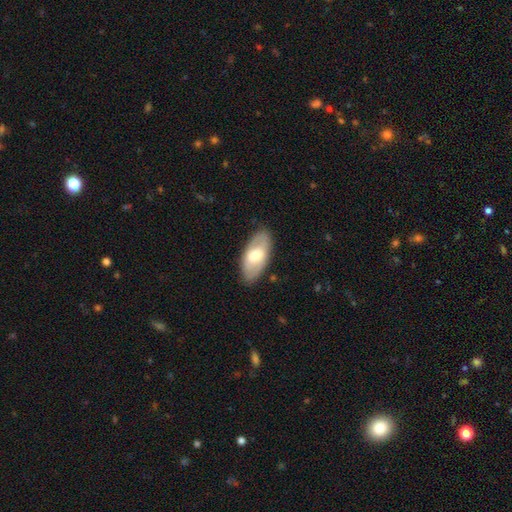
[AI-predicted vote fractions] Smooth or featured?
  - smooth: 49% *
  - featured or disk: 45%
  - star or artifact: 5%
Merging?
  - none: 84% *
  - minor disturbance: 12%
  - major disturbance: 3%
  - merger: 1%